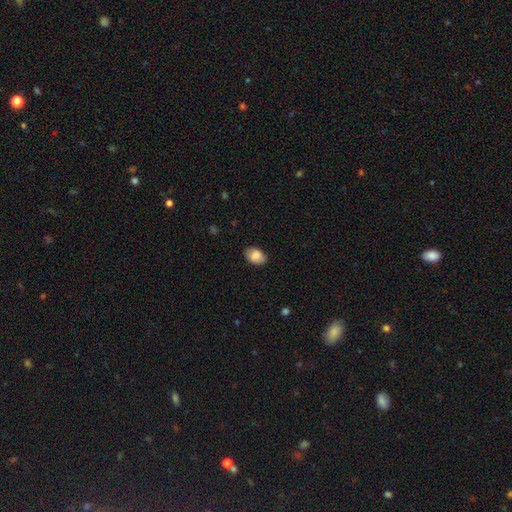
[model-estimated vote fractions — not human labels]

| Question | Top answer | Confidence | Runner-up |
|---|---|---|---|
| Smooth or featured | smooth | 84% | featured or disk (8%) |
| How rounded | in between | 86% | round (13%) |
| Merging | none | 82% | minor disturbance (14%) |